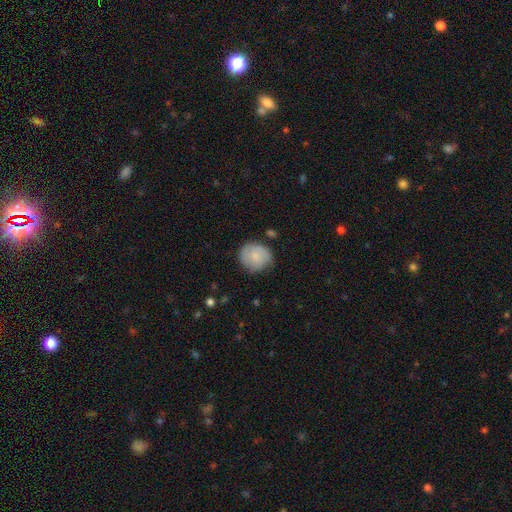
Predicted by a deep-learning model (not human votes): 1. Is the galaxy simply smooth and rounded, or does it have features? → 76% smooth, 18% featured or disk, 7% star or artifact.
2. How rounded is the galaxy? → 85% round, 14% in between, 1% cigar-shaped.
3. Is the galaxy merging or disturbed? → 70% none, 23% minor disturbance, 5% major disturbance, 2% merger.